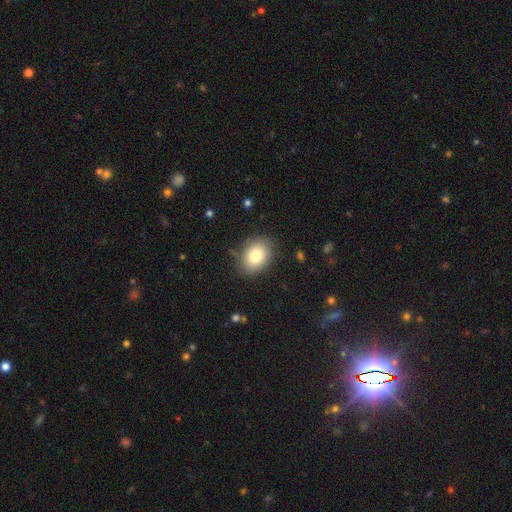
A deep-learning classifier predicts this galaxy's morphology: Smooth or featured: smooth — 82% (featured or disk — 10%)
How rounded: in between — 71% (round — 28%)
Merging: none — 81% (minor disturbance — 13%)